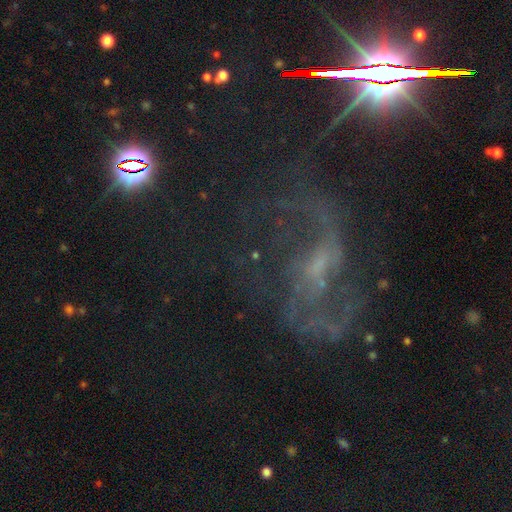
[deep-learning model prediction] This appears to be a featured or disk galaxy (58%) with no bar (41%), spiral arms (73%) and a small central bulge (46%). Merging: none (50%).